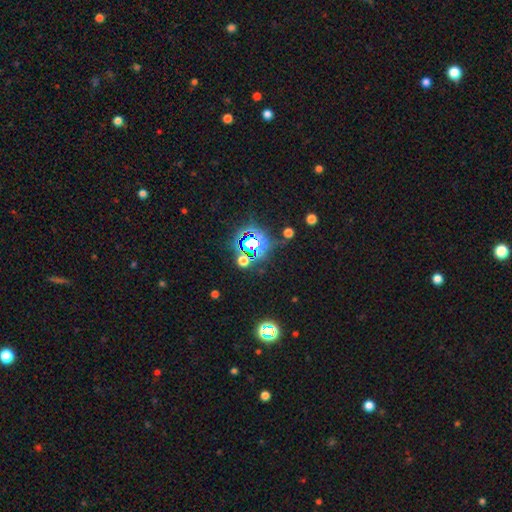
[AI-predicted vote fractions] This appears to be a star or artifact, not a galaxy (78%).